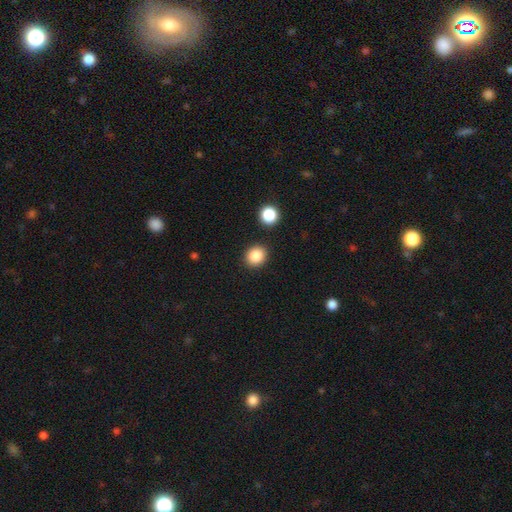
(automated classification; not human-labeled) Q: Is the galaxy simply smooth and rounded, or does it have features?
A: smooth — 86%.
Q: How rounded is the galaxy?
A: round — 77%.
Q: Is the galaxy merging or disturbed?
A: none — 87%.